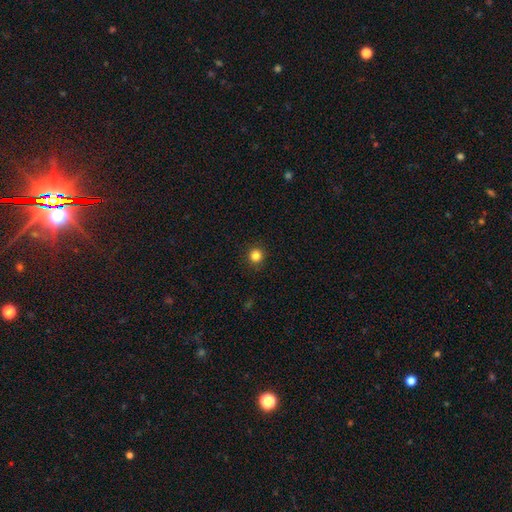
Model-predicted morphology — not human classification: A smooth galaxy with no disk features (83%) that is round (94%). Merging: none (92%).